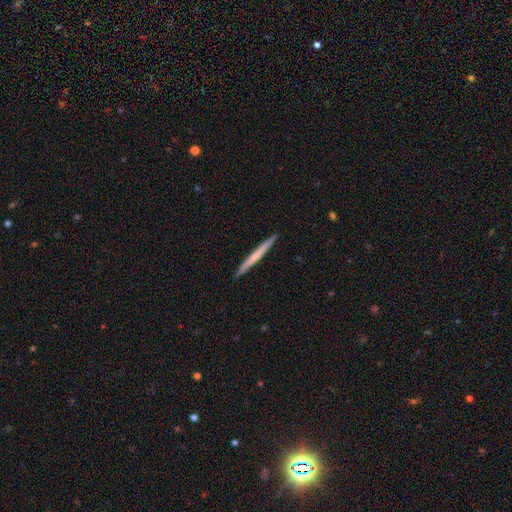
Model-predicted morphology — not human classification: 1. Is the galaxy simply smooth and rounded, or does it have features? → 52% smooth, 43% featured or disk, 5% star or artifact.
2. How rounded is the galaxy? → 97% cigar-shaped, 2% in between, 1% round.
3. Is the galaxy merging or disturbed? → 93% none, 5% minor disturbance, 1% major disturbance, 1% merger.